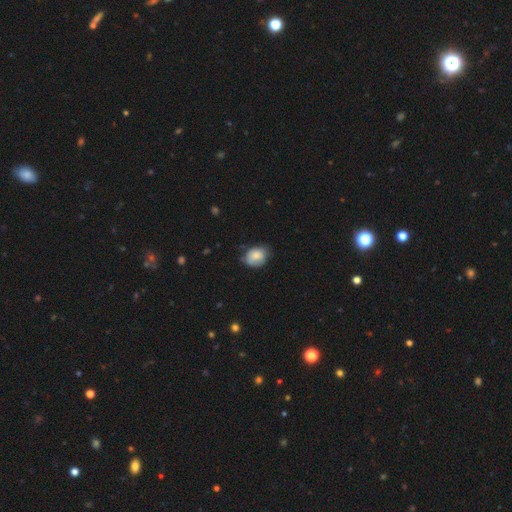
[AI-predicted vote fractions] The model was most divided on "how rounded": in between: 51%, round: 48%, cigar-shaped: 1%. More confident: smooth or featured — smooth (76%); merging — none (58%).